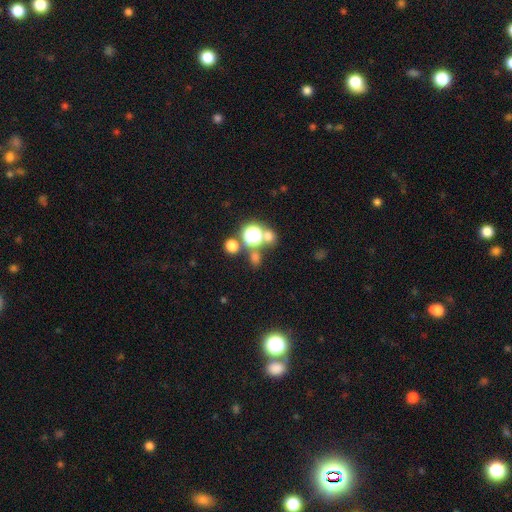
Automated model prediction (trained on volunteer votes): star or artifact 50%, smooth 42%, featured or disk 9%.